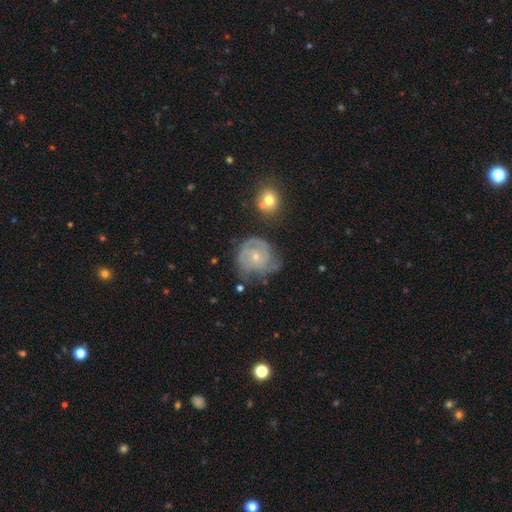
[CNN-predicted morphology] Smooth or featured? featured or disk (80%)
Edge-on disk? no (98%)
Bar? no (76%)
Spiral arms? yes (93%)
Spiral winding? tight (66%)
Spiral arm count? can't tell (30%)
Bulge size? small (65%)
Merging? none (57%)